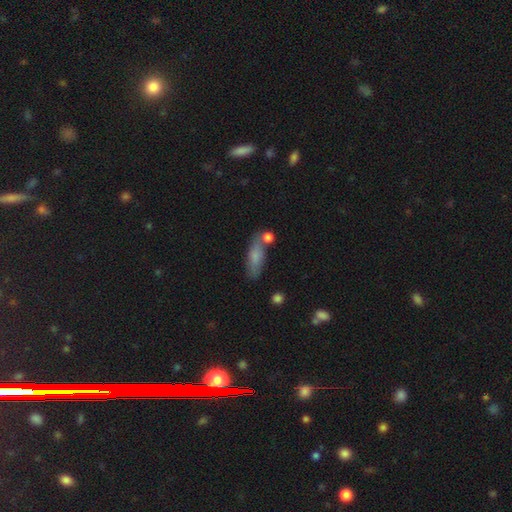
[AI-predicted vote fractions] Morphology: type=smooth (75%); roundness=in between (55%); merging=none (63%).